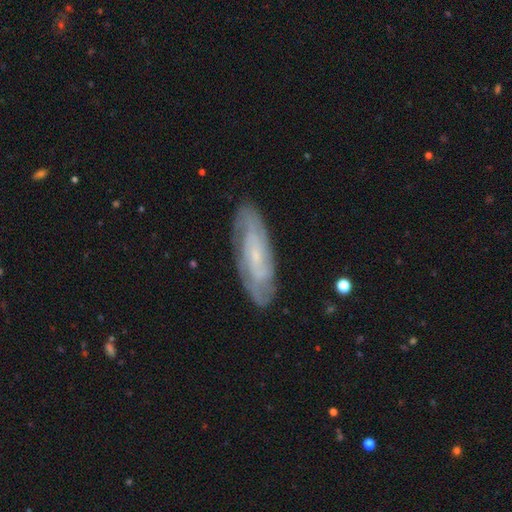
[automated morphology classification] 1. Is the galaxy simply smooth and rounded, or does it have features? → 73% featured or disk, 20% smooth, 7% star or artifact.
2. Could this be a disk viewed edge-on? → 84% no, 16% yes.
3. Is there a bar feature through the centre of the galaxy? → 62% no, 30% weak, 8% strong.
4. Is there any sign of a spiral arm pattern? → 90% yes, 10% no.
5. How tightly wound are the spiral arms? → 66% tight, 27% medium, 7% loose.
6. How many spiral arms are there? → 49% can't tell, 25% 2, 10% 3, 7% 4, 4% more than 4, 4% 1.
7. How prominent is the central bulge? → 77% small, 13% moderate, 8% none, 1% large, 1% dominant.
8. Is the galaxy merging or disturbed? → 83% none, 13% minor disturbance, 3% major disturbance, 1% merger.